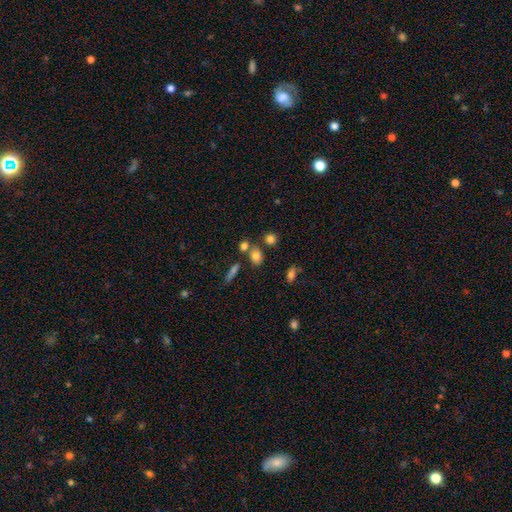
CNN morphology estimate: Smooth or featured?
  - smooth: 77% *
  - star or artifact: 13%
  - featured or disk: 10%
How rounded?
  - round: 55% *
  - in between: 42%
  - cigar-shaped: 3%
Merging?
  - none: 64% *
  - merger: 21%
  - minor disturbance: 11%
  - major disturbance: 4%